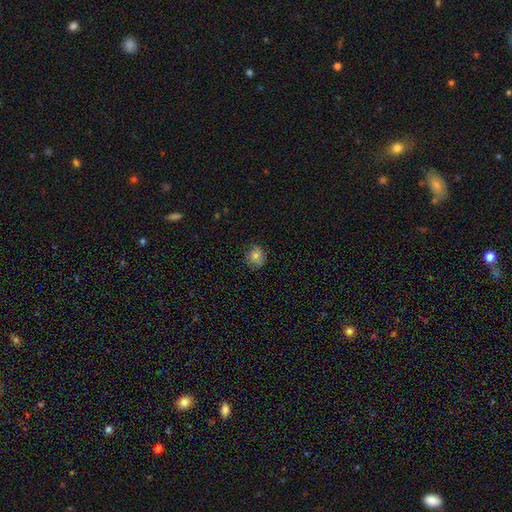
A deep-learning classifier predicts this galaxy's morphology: smooth 72%, featured or disk 18%, star or artifact 10%. Down the decision tree: how rounded — round (78%); merging — none (74%).